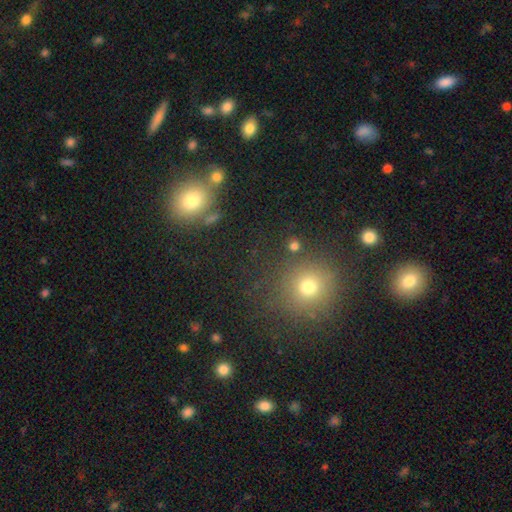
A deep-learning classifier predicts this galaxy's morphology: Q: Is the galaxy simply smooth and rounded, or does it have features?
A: smooth — 52%.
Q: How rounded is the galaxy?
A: round — 91%.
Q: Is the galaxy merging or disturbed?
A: none — 83%.